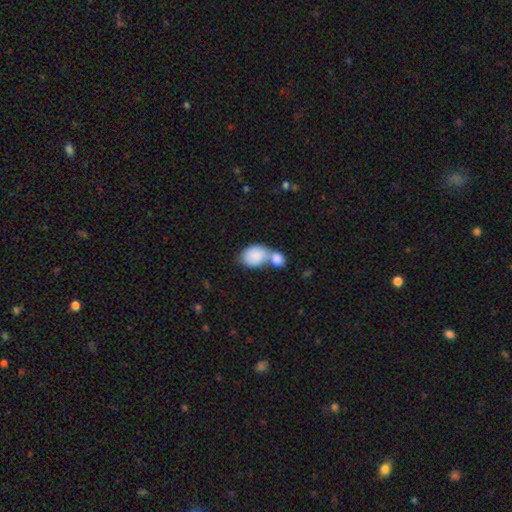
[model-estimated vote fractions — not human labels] Smooth or featured: smooth — 84% (featured or disk — 10%)
How rounded: in between — 73% (round — 26%)
Merging: merger — 66% (none — 21%)